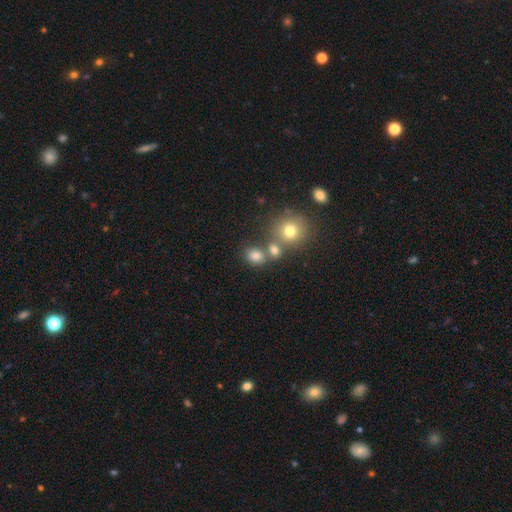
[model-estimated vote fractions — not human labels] smooth_or_featured: smooth (p=0.77) [alt: star or artifact p=0.15]
how_rounded: round (p=0.56) [alt: in between p=0.42]
merging: none (p=0.60) [alt: merger p=0.25]